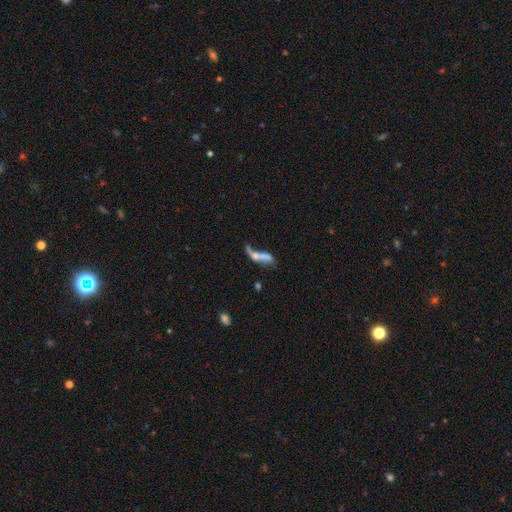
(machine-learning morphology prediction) featured or disk 53%, smooth 34%, star or artifact 13%. Down the decision tree: edge-on disk — no (76%); merging — merger (36%).